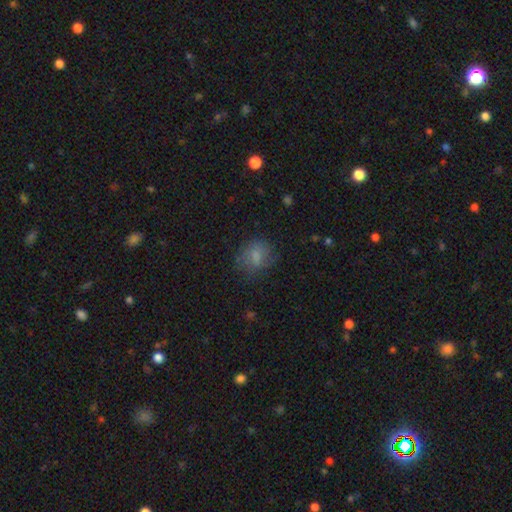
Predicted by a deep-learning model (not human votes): A smooth galaxy with no disk features (73%) that is round (56%).

Vote fractions:
- Smooth or featured? smooth: 73% / featured or disk: 16% / star or artifact: 11%
- How rounded? round: 56% / in between: 43% / cigar-shaped: 1%
- Merging? none: 65% / minor disturbance: 21% / major disturbance: 12% / merger: 1%